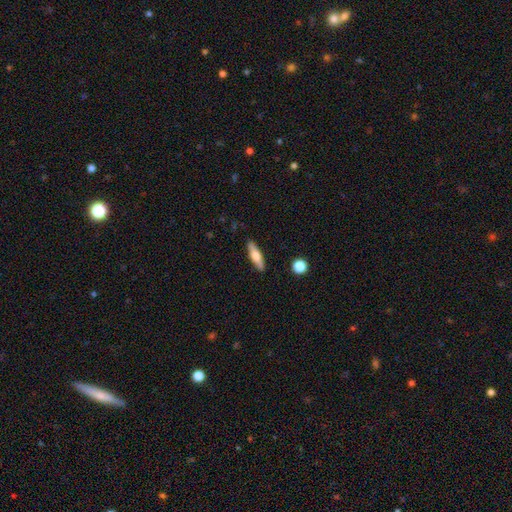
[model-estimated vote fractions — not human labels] Morphology: type=smooth (59%); roundness=cigar-shaped (66%); merging=none (89%).